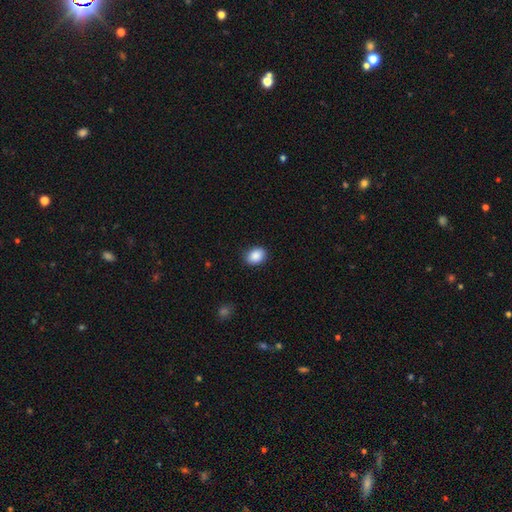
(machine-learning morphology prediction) The model was most divided on "how rounded": in between: 69%, round: 30%, cigar-shaped: 1%. More confident: smooth or featured — smooth (89%); merging — none (87%).